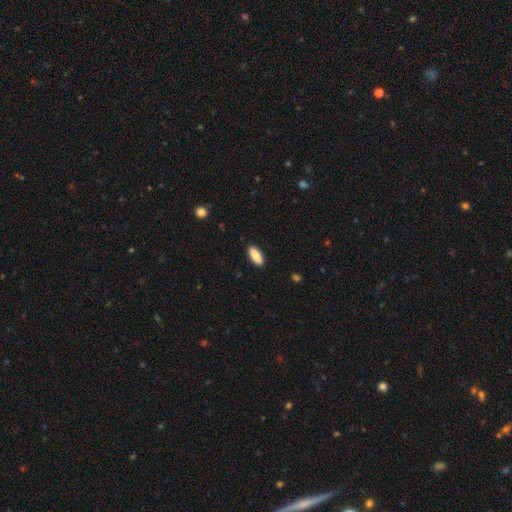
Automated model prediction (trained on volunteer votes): smooth-or-featured: smooth: 87% | featured or disk: 7% | star or artifact: 6%
  how-rounded: in between: 79% | cigar-shaped: 19% | round: 2%
  merging: none: 90% | minor disturbance: 8% | major disturbance: 2% | merger: 1%